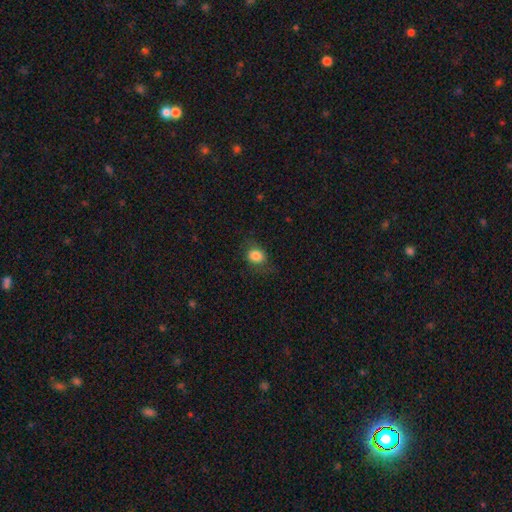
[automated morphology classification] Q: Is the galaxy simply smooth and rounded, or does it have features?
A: smooth — 83%.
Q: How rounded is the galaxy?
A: round — 50%.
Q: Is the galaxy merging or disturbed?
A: none — 71%.